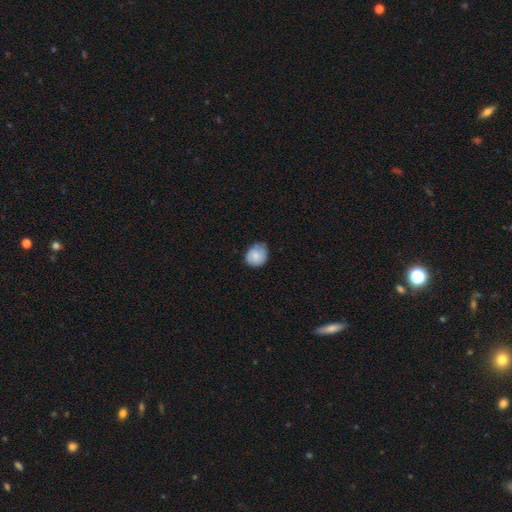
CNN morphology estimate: This appears to be a smooth galaxy with no disk features (80%) that is round (71%). Merging: none (70%).